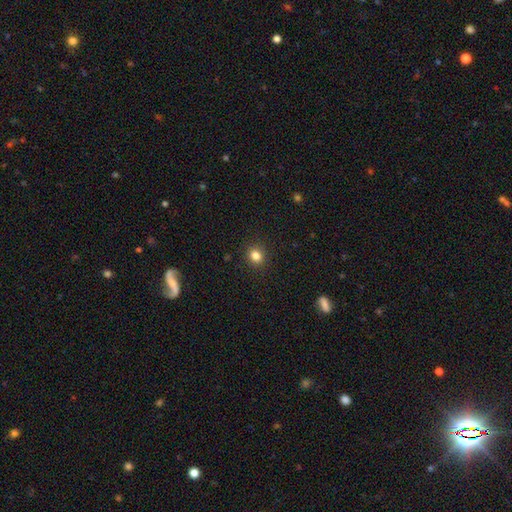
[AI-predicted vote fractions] Overall: smooth (83%). How rounded: round (80%). Merging: none (91%).